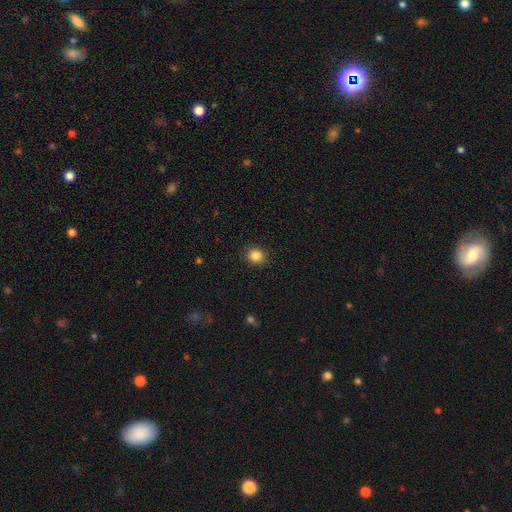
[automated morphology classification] Q: Smooth or featured?
A: smooth (85%); runner-up: star or artifact (11%)
Q: How rounded?
A: round (82%); runner-up: in between (17%)
Q: Merging?
A: none (91%); runner-up: minor disturbance (6%)